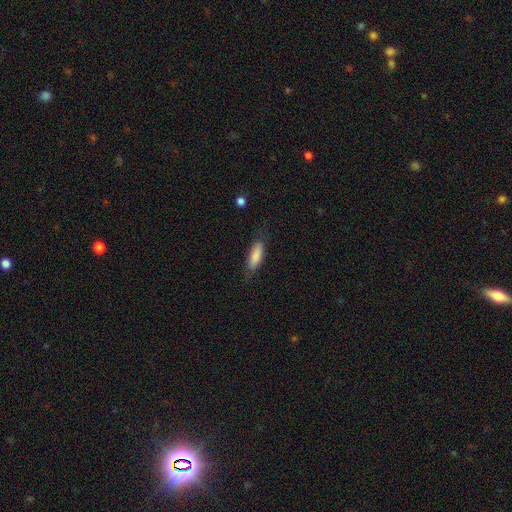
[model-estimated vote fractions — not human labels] This appears to be a smooth galaxy with no disk features (83%) that is in between round and cigar-shaped (57%). Merging: none (74%).